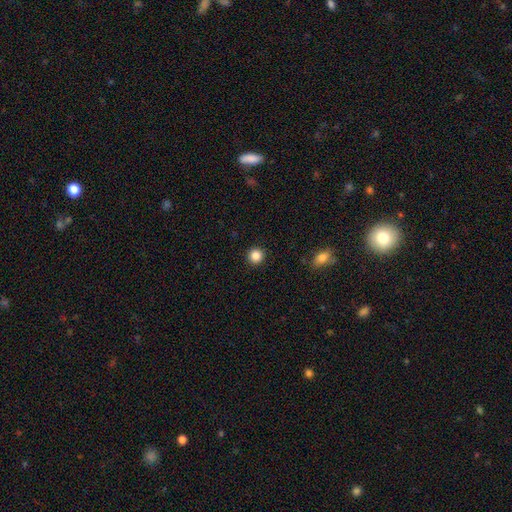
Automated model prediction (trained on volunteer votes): Q: Smooth or featured?
A: smooth (86%); runner-up: star or artifact (11%)
Q: How rounded?
A: round (95%); runner-up: in between (4%)
Q: Merging?
A: none (92%); runner-up: minor disturbance (5%)